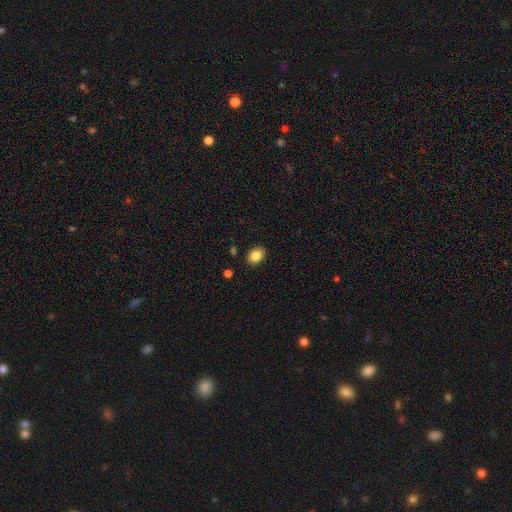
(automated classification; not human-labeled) A smooth galaxy with no disk features (85%) that is in between round and cigar-shaped (71%). Merging: none (88%).